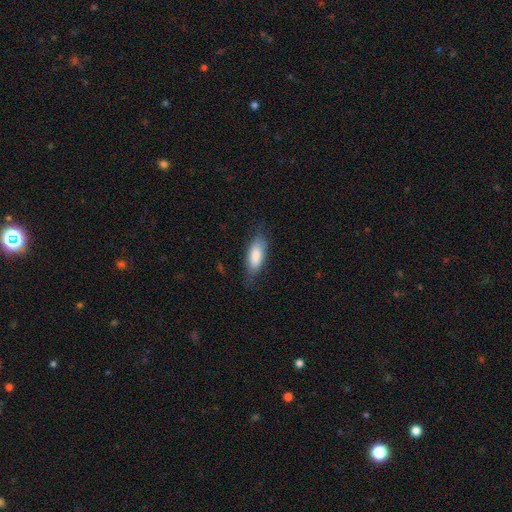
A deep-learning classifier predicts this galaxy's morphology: This appears to be a smooth galaxy with no disk features (83%) that is in between round and cigar-shaped (76%). Merging: none (74%).